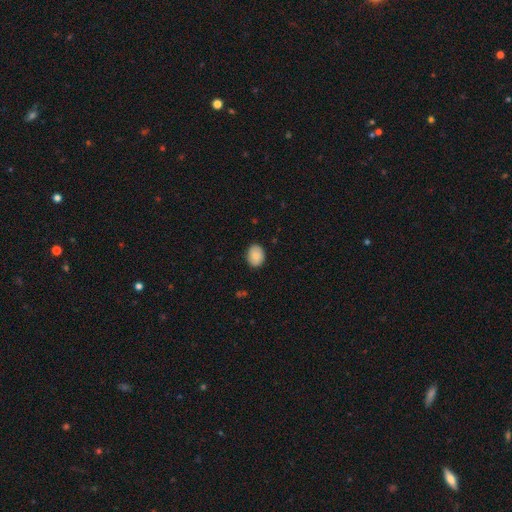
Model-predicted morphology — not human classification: This is clearly a smooth galaxy (83%). How rounded: possibly in between (56%). Merging: clearly none (86%).